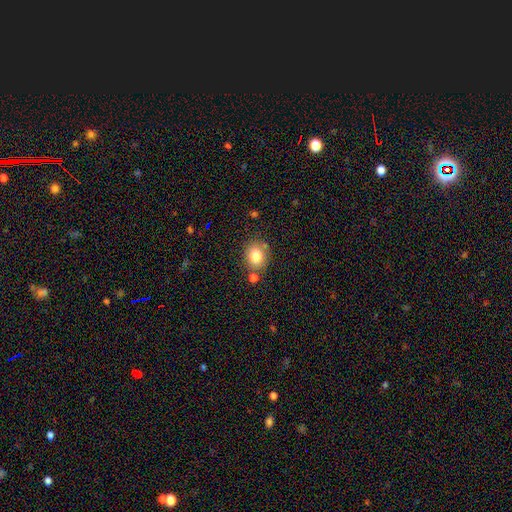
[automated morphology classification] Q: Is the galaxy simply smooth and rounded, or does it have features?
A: smooth — 80%.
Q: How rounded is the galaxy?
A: round — 59%.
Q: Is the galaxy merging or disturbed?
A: none — 75%.